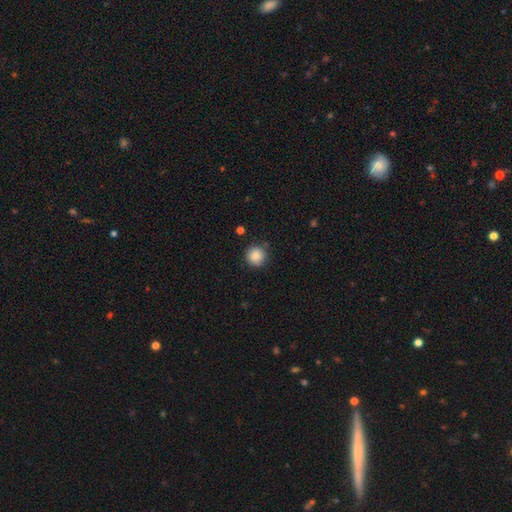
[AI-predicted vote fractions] Smooth or featured? Predicted: smooth (p=0.87). How rounded? Predicted: round (p=0.94). Merging? Predicted: none (p=0.87).